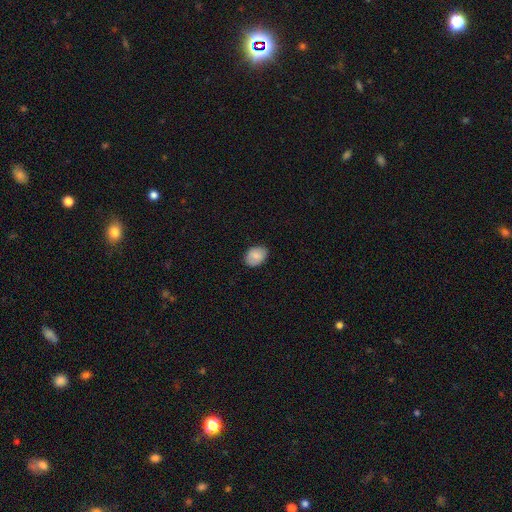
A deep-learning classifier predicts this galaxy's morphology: Smooth or featured? smooth (84%)
How rounded? in between (74%)
Merging? none (83%)